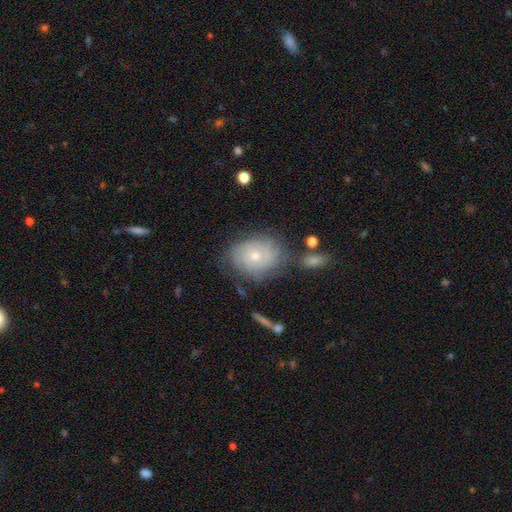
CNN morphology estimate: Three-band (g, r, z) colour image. It shows a featured or disk galaxy (53%) with no bar (86%), spiral arms (72%) and a small central bulge (58%). Merging: none (61%).